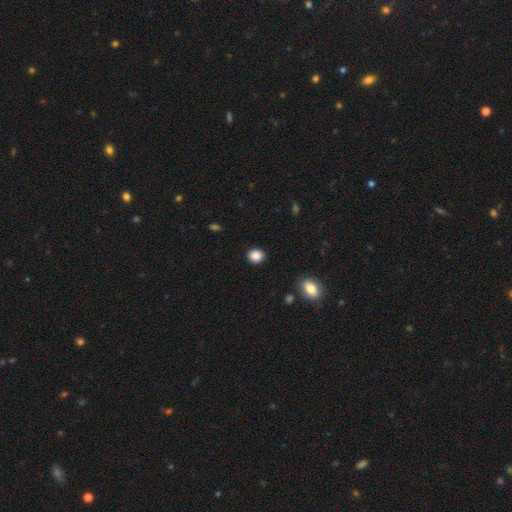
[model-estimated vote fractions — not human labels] Smooth or featured? smooth (88%)
How rounded? round (78%)
Merging? none (90%)